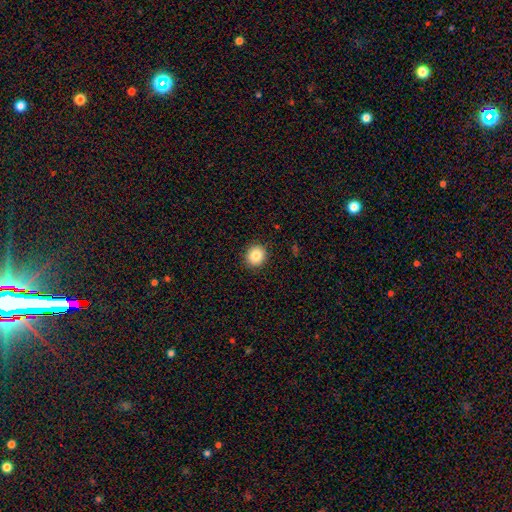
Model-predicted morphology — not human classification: smooth_or_featured: smooth (p=0.84) [alt: star or artifact p=0.10]
how_rounded: round (p=0.89) [alt: in between p=0.10]
merging: none (p=0.91) [alt: minor disturbance p=0.06]